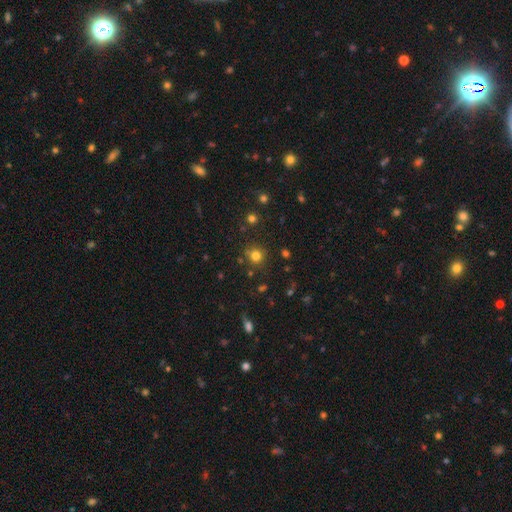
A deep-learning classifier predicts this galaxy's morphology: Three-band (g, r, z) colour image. It shows a smooth galaxy with no disk features (77%) that is round (92%). Merging: none (82%).